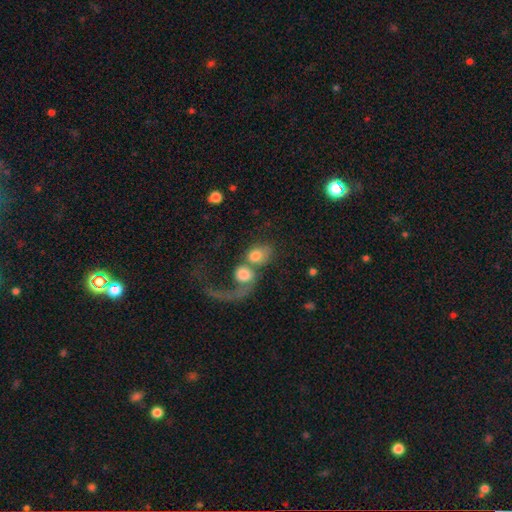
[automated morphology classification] Smooth or featured?
  - smooth: 63% *
  - featured or disk: 28%
  - star or artifact: 9%
How rounded?
  - round: 60% *
  - in between: 38%
  - cigar-shaped: 2%
Merging?
  - merger: 65% *
  - major disturbance: 17%
  - none: 13%
  - minor disturbance: 5%